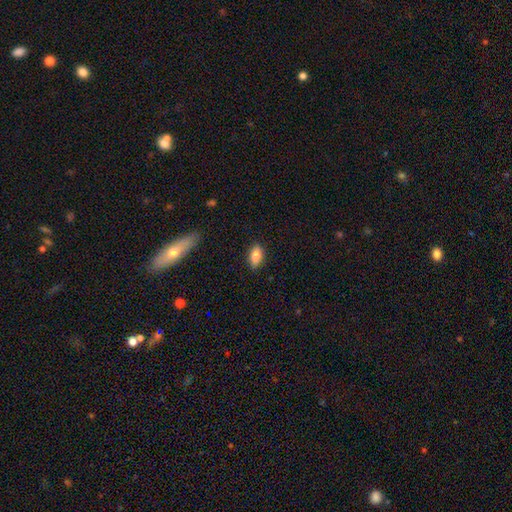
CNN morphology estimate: Overall: smooth (84%). How rounded: in between (87%). Merging: none (86%).